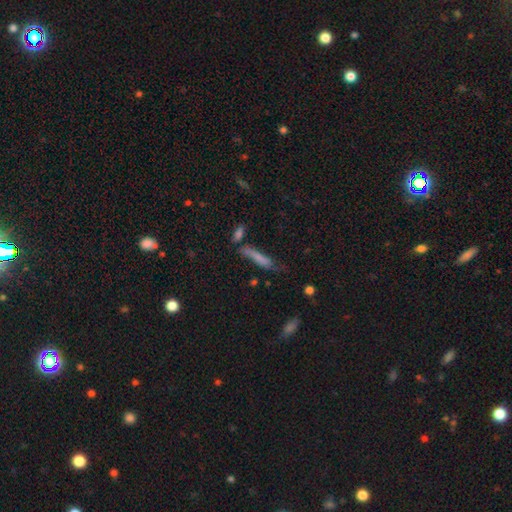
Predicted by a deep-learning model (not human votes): Morphology: type=smooth (63%); roundness=cigar-shaped (86%); merging=none (56%).